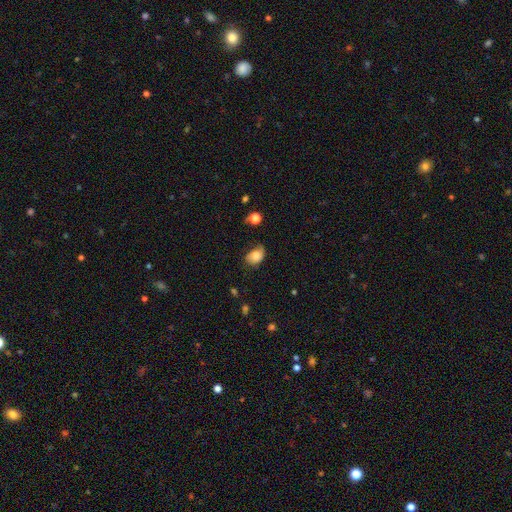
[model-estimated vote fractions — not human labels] Overall: smooth (72%). How rounded: in between (72%). Merging: none (46%; minor disturbance 36%).